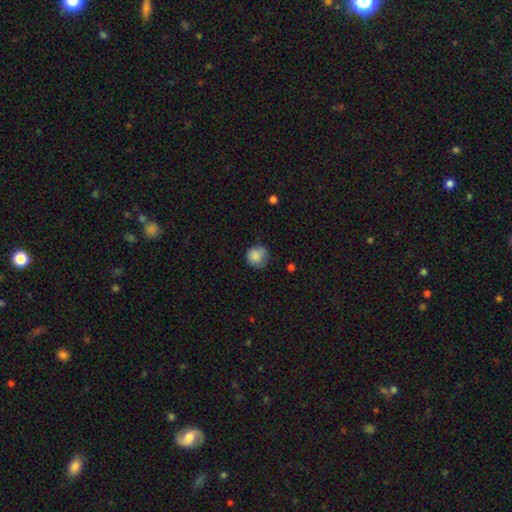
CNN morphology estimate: Smooth or featured: smooth — 85% (star or artifact — 9%)
How rounded: round — 88% (in between — 11%)
Merging: none — 66% (minor disturbance — 26%)